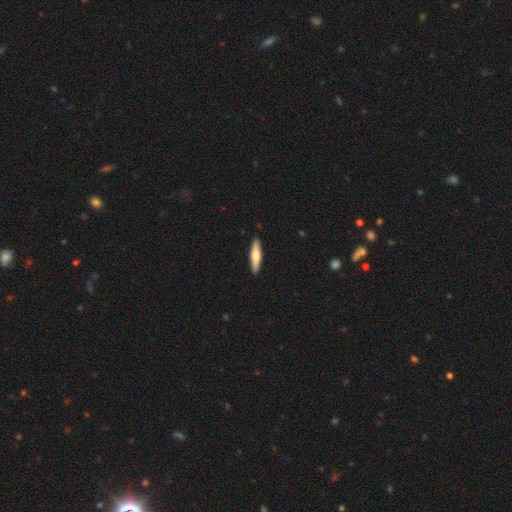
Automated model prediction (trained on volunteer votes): The model was most divided on "smooth or featured": smooth: 61%, featured or disk: 34%, star or artifact: 5%. More confident: merging — none (91%); how rounded — cigar-shaped (78%).